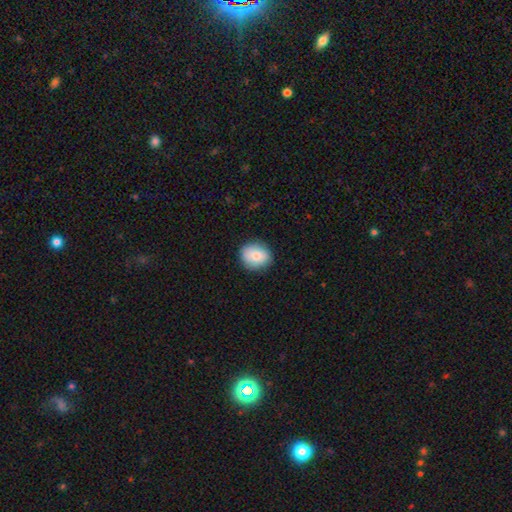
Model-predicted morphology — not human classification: Smooth or featured? Predicted: smooth (p=0.82). How rounded? Predicted: round (p=0.67). Merging? Predicted: none (p=0.85).